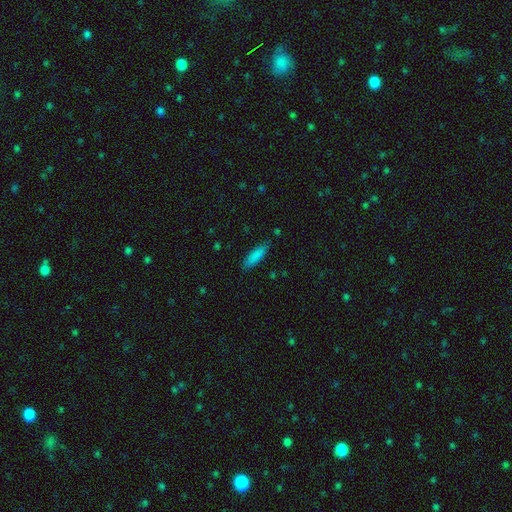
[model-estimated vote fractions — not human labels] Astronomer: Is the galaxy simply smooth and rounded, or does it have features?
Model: smooth — 86%.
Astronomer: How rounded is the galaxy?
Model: cigar-shaped — 62%.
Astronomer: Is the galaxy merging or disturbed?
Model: none — 84%.